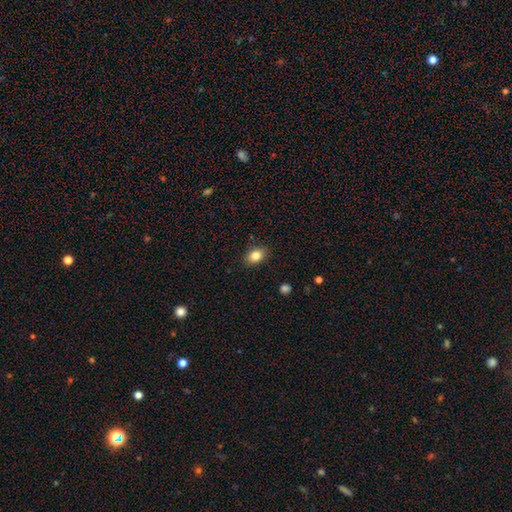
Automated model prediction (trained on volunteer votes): smooth_or_featured: smooth (p=0.83) [alt: star or artifact p=0.09]
how_rounded: in between (p=0.77) [alt: round p=0.22]
merging: none (p=0.87) [alt: minor disturbance p=0.10]